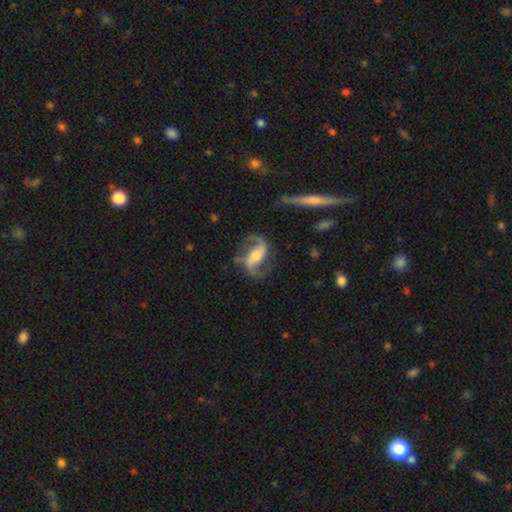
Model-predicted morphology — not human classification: Smooth or featured? featured or disk (89%)
Edge-on disk? no (97%)
Bar? strong (45%)
Spiral arms? yes (97%)
Spiral winding? medium (45%)
Spiral arm count? 2 (93%)
Bulge size? moderate (57%)
Merging? none (75%)